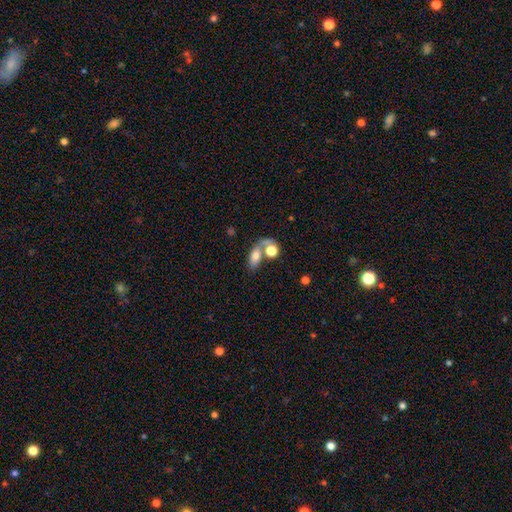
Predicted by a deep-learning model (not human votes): This is likely a smooth galaxy (68%). How rounded: likely in between (78%). Merging: possibly merger (46%).